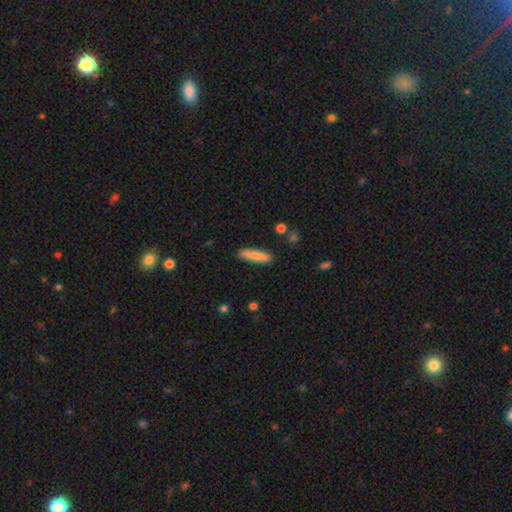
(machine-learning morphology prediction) This appears to be a smooth galaxy with no disk features (82%) that is cigar-shaped (83%). Merging: none (89%).